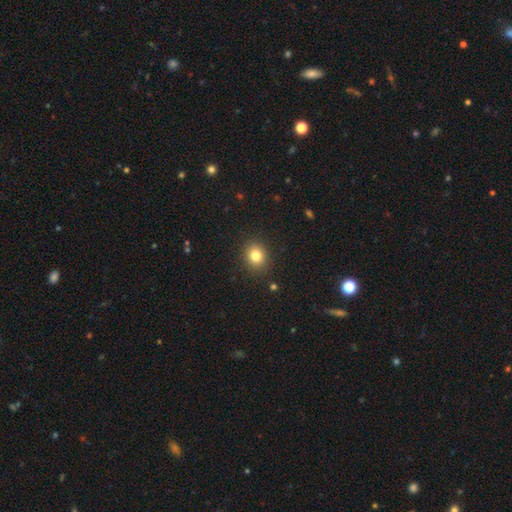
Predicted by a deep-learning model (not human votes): Smooth or featured: smooth — 81% (star or artifact — 12%)
How rounded: round — 73% (in between — 26%)
Merging: none — 89% (minor disturbance — 7%)